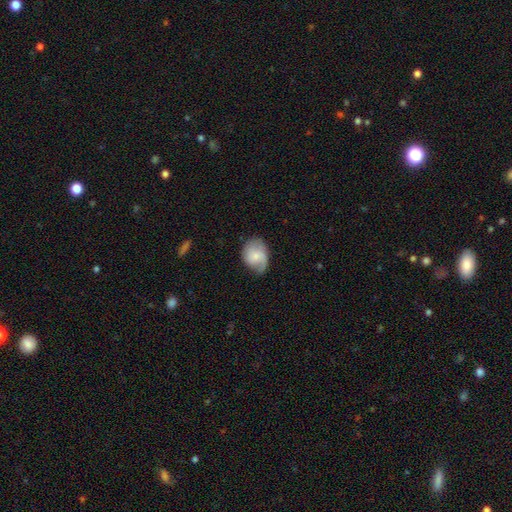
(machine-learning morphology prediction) type=smooth (51%); roundness=in between (60%); merging=none (56%).